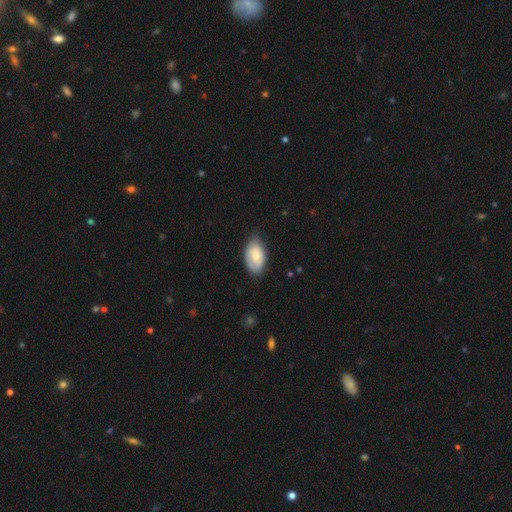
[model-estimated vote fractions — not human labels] Overall: smooth (71%). How rounded: in between (93%). Merging: none (61%; minor disturbance 31%).